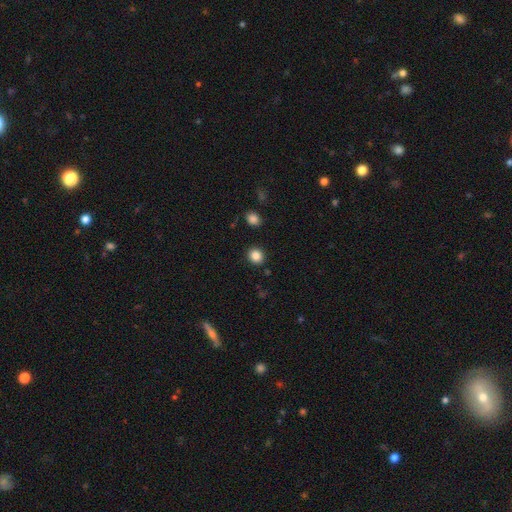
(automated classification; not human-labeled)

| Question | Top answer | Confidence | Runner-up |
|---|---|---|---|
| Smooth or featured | smooth | 86% | star or artifact (10%) |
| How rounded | round | 84% | in between (15%) |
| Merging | none | 90% | minor disturbance (6%) |